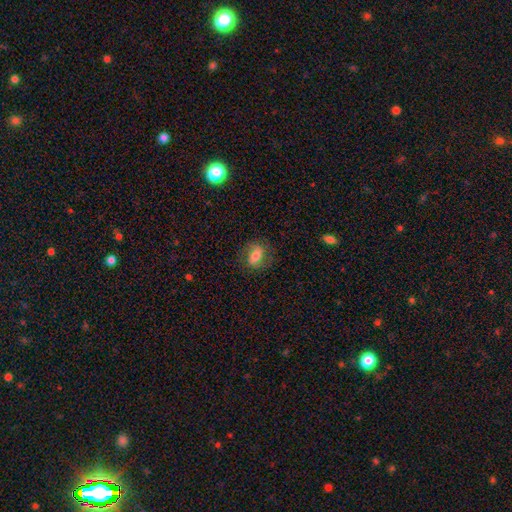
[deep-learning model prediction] This appears to be a smooth galaxy with no disk features (53%) that is in between round and cigar-shaped (71%). Merging: none (74%).